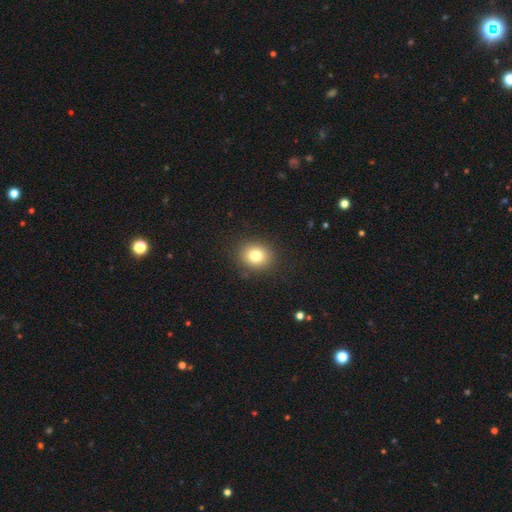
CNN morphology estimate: type=smooth (80%); roundness=round (68%); merging=none (89%).